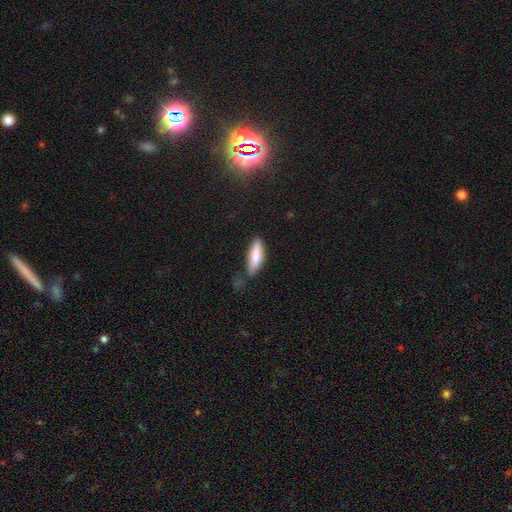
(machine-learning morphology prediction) The model was most divided on "how rounded": in between: 54%, cigar-shaped: 44%, round: 2%. More confident: smooth or featured — smooth (84%); merging — none (55%).